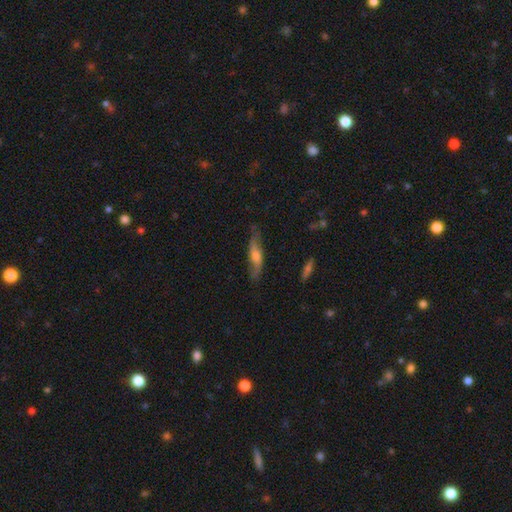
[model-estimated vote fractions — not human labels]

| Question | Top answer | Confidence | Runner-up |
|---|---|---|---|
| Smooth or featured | featured or disk | 51% | smooth (42%) |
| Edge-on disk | yes | 57% | no (43%) |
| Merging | none | 73% | minor disturbance (20%) |